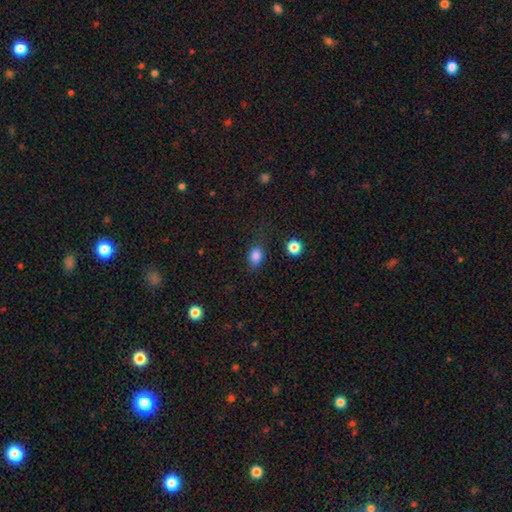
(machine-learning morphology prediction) Q: Smooth or featured?
A: smooth (85%); runner-up: star or artifact (10%)
Q: How rounded?
A: in between (71%); runner-up: round (27%)
Q: Merging?
A: none (76%); runner-up: minor disturbance (16%)